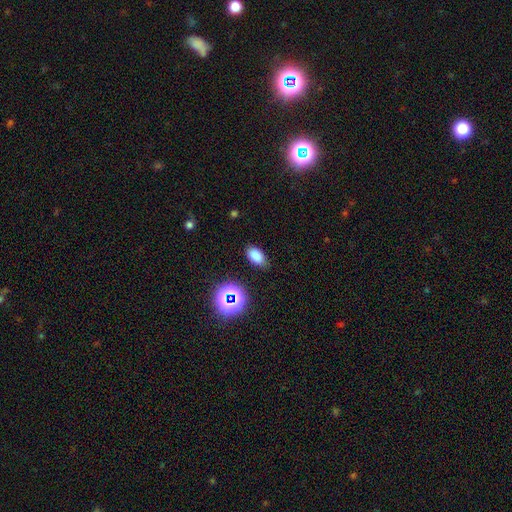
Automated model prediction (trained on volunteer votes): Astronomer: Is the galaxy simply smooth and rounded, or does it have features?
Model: smooth — 79%.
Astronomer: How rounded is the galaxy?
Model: in between — 90%.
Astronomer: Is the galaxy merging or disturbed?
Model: none — 82%.